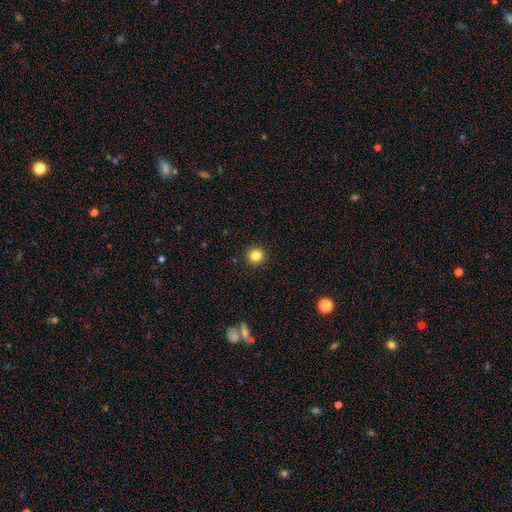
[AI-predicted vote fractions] A smooth galaxy with no disk features (84%) that is round (95%). Merging: none (93%).